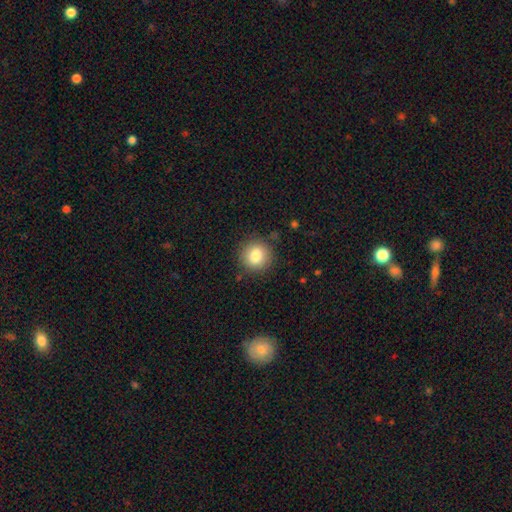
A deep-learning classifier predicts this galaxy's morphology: Smooth or featured: smooth — 82% (star or artifact — 10%)
How rounded: round — 89% (in between — 10%)
Merging: none — 87% (minor disturbance — 9%)